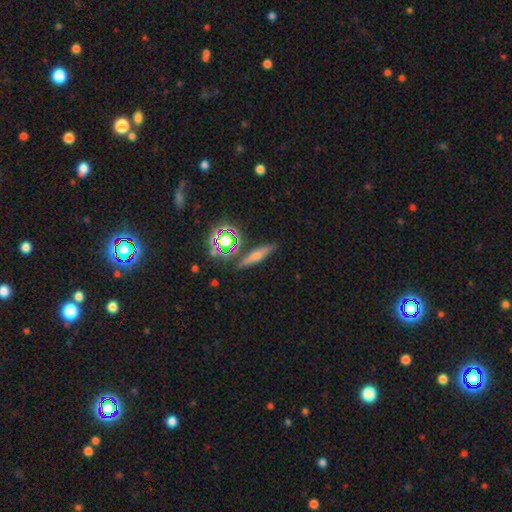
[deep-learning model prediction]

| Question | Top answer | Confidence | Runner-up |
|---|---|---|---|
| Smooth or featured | smooth | 59% | featured or disk (24%) |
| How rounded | cigar-shaped | 75% | in between (18%) |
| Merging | none | 81% | minor disturbance (11%) |